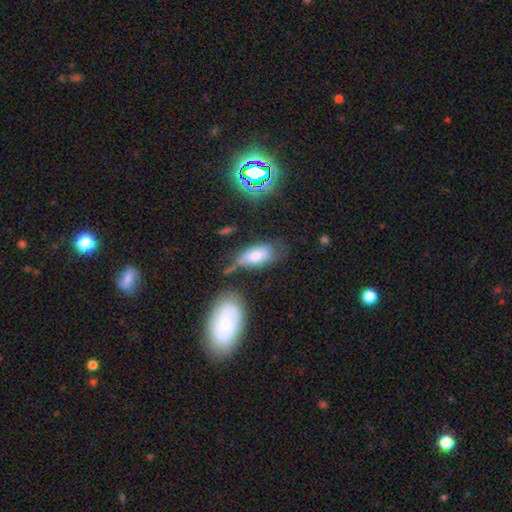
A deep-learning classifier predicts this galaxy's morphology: A smooth galaxy with no disk features (67%) that is in between round and cigar-shaped (88%).

Vote fractions:
- Smooth or featured? smooth: 67% / featured or disk: 24% / star or artifact: 9%
- How rounded? in between: 88% / cigar-shaped: 9% / round: 3%
- Merging? none: 43% / minor disturbance: 29% / major disturbance: 16% / merger: 12%